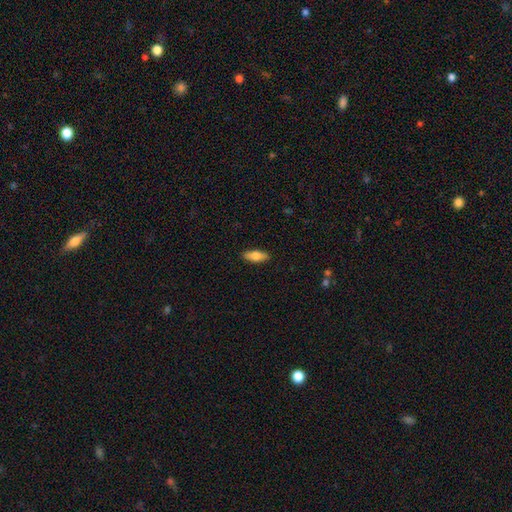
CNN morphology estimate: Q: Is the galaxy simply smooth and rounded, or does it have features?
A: smooth — 73%.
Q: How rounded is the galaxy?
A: in between — 69%.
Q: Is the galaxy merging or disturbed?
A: none — 89%.